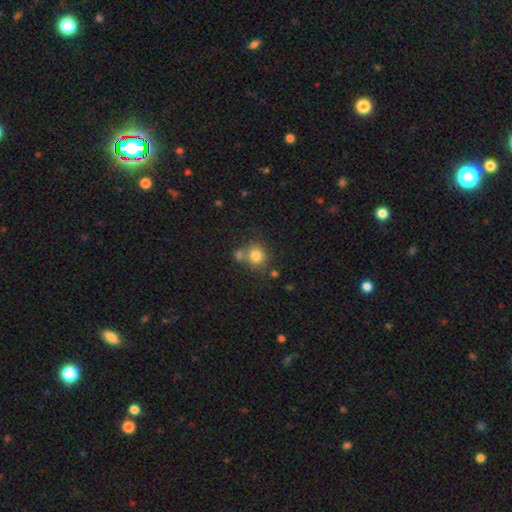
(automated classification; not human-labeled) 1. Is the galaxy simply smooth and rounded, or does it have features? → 81% smooth, 11% star or artifact, 8% featured or disk.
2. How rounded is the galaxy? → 84% round, 15% in between, 1% cigar-shaped.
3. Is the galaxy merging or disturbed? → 60% none, 25% merger, 11% minor disturbance, 4% major disturbance.